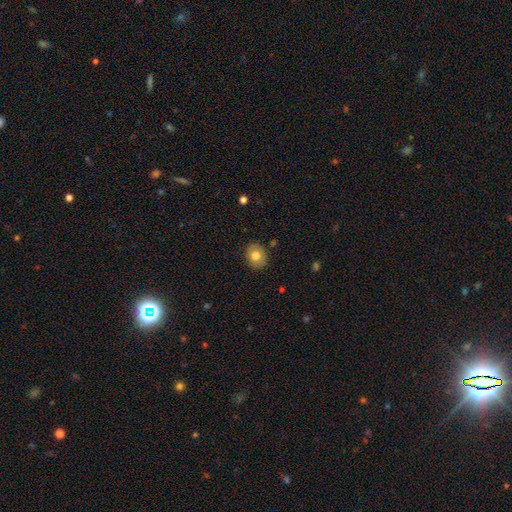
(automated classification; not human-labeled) This appears to be a smooth galaxy with no disk features (78%) that is round (53%). Merging: none (87%).